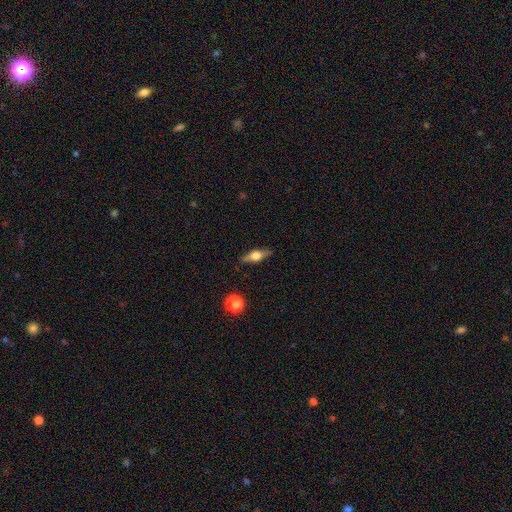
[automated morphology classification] featured or disk 53%, smooth 39%, star or artifact 7%. Down the decision tree: edge-on disk — yes (91%); merging — none (86%).